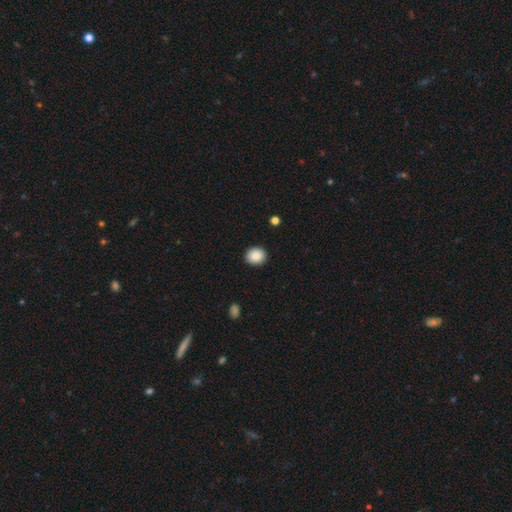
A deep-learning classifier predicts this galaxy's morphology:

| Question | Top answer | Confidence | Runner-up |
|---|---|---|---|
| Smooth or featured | smooth | 88% | star or artifact (8%) |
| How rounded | round | 73% | in between (26%) |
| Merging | none | 91% | minor disturbance (6%) |